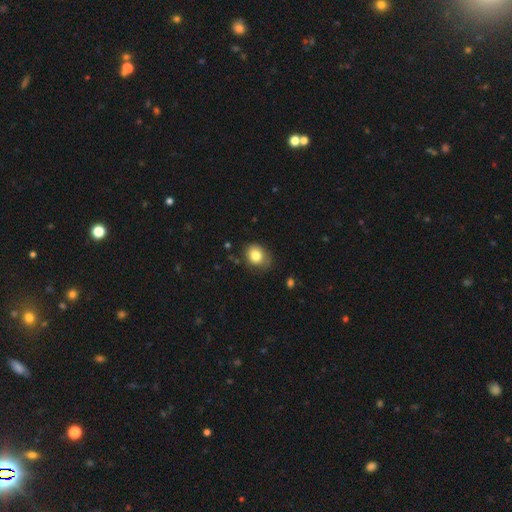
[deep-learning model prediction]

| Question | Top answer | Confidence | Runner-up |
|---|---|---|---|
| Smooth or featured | smooth | 81% | star or artifact (10%) |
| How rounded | round | 53% | in between (46%) |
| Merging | none | 69% | minor disturbance (23%) |